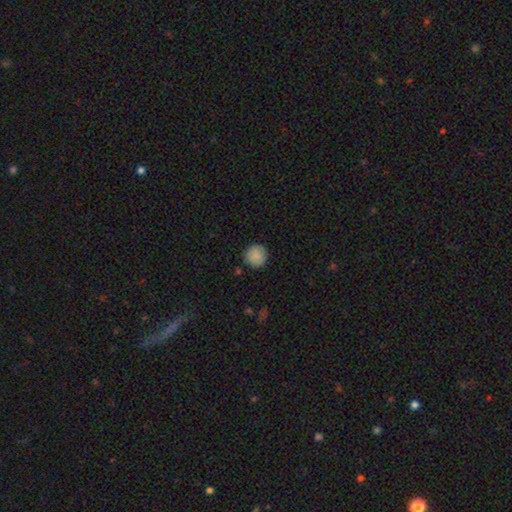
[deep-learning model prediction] Overall: smooth (88%). How rounded: round (94%). Merging: none (89%).